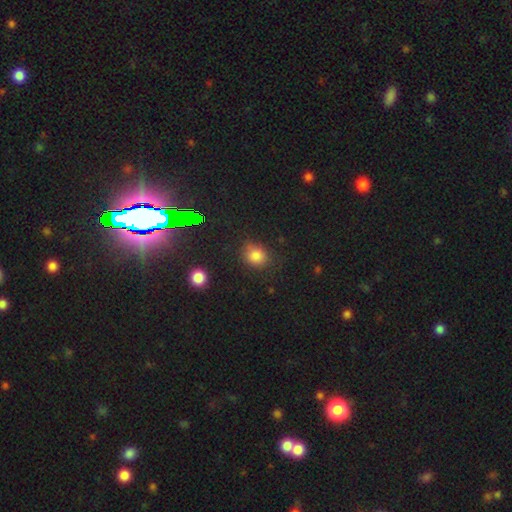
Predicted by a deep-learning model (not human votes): smooth_or_featured: smooth (p=0.80) [alt: star or artifact p=0.14]
how_rounded: round (p=0.64) [alt: in between p=0.35]
merging: none (p=0.74) [alt: minor disturbance p=0.18]